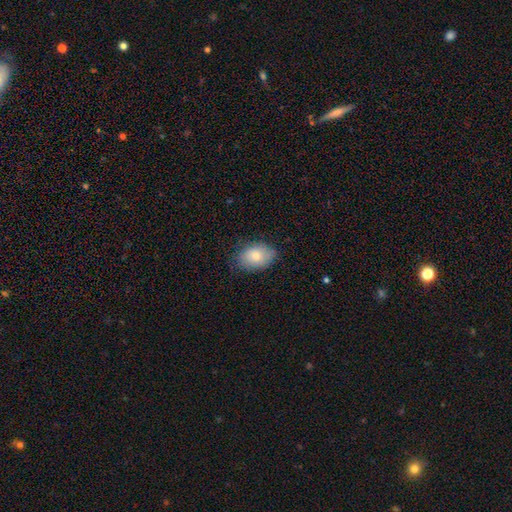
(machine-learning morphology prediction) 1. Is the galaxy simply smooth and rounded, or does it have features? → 79% smooth, 14% featured or disk, 7% star or artifact.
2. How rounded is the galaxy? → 82% in between, 17% round, 1% cigar-shaped.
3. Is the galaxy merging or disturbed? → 78% none, 18% minor disturbance, 3% major disturbance, 1% merger.